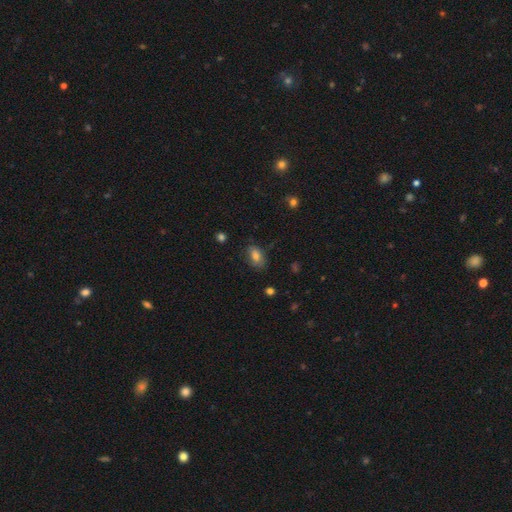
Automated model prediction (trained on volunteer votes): Smooth or featured? Predicted: smooth (p=0.79). How rounded? Predicted: in between (p=0.87). Merging? Predicted: none (p=0.75).